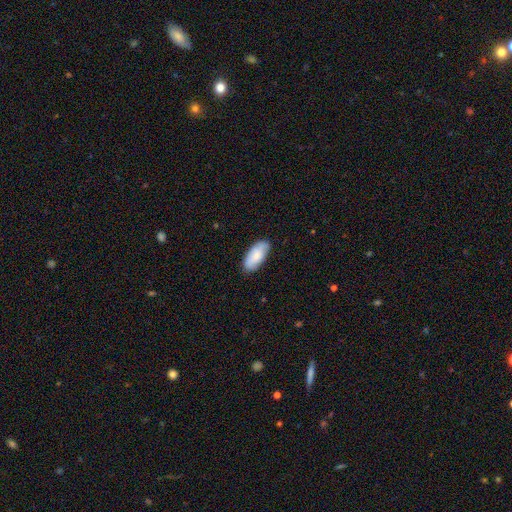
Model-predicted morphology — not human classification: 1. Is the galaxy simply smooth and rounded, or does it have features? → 80% smooth, 14% featured or disk, 6% star or artifact.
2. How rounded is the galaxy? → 91% in between, 7% cigar-shaped, 2% round.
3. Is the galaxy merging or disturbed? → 82% none, 15% minor disturbance, 2% major disturbance, 1% merger.